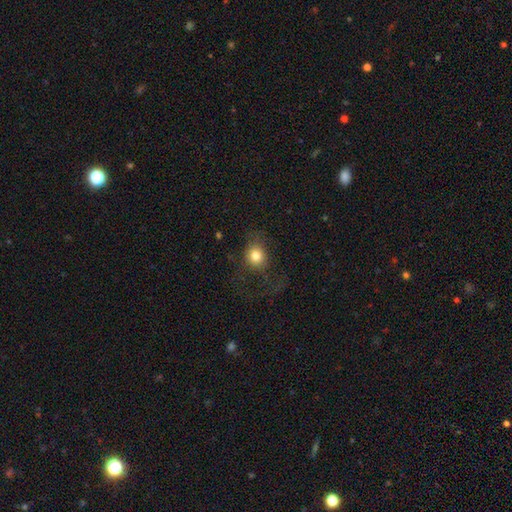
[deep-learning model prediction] This is likely a smooth galaxy (79%). How rounded: likely round (76%). Merging: possibly none (57%).